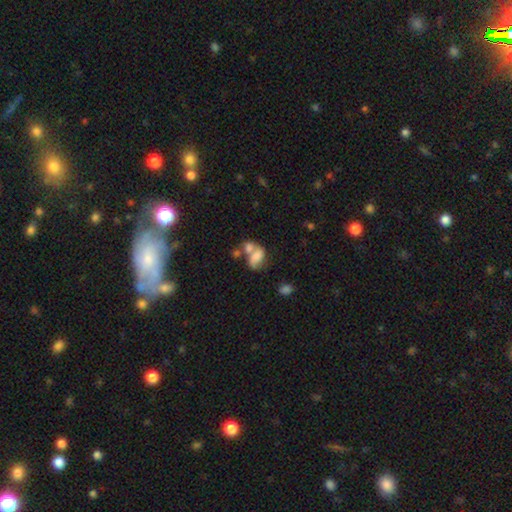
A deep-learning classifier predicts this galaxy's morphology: This appears to be a smooth galaxy with no disk features (58%) that is in between round and cigar-shaped (83%). Merging: merger (54%).